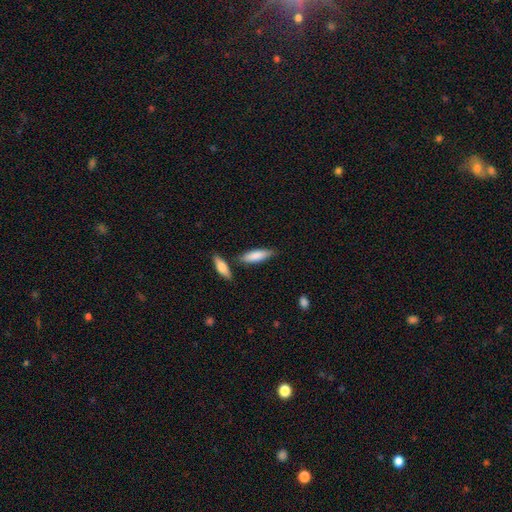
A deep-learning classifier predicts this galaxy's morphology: A smooth galaxy with no disk features (82%) that is cigar-shaped (51%).

Vote fractions:
- Smooth or featured? smooth: 82% / featured or disk: 13% / star or artifact: 5%
- How rounded? cigar-shaped: 51% / in between: 47% / round: 2%
- Merging? none: 71% / minor disturbance: 15% / merger: 11% / major disturbance: 3%